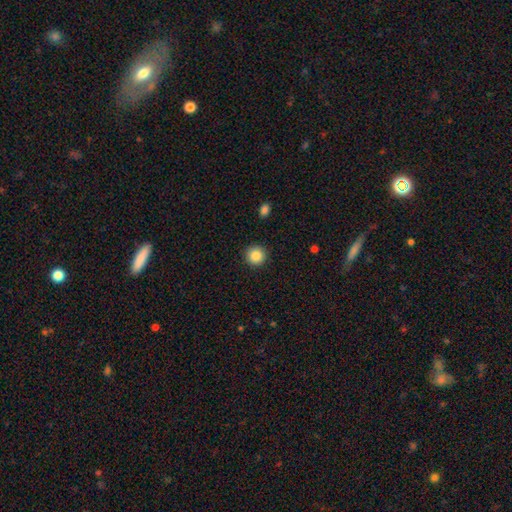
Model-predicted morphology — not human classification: Smooth or featured?
  - smooth: 86% *
  - star or artifact: 9%
  - featured or disk: 4%
How rounded?
  - round: 95% *
  - in between: 4%
  - cigar-shaped: 1%
Merging?
  - none: 92% *
  - minor disturbance: 5%
  - major disturbance: 2%
  - merger: 1%